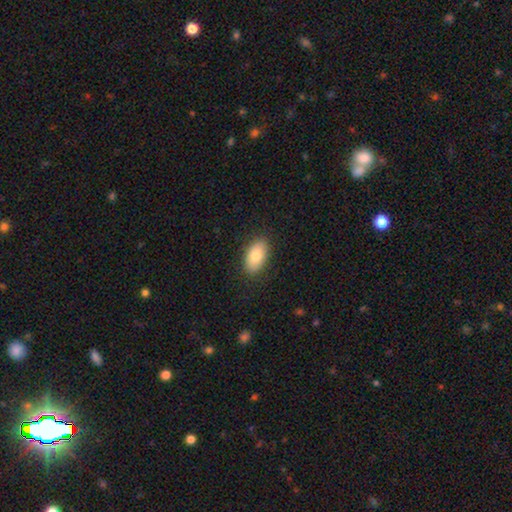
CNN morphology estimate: type=smooth (80%); roundness=in between (93%); merging=none (88%).